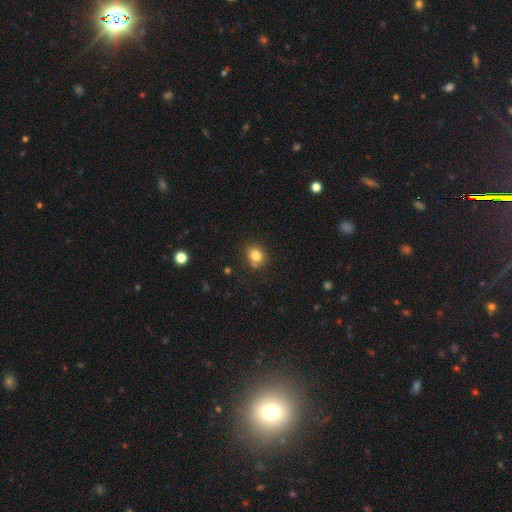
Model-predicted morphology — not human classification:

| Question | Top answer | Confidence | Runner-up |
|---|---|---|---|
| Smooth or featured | smooth | 82% | star or artifact (11%) |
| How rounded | round | 62% | in between (37%) |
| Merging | none | 73% | minor disturbance (16%) |